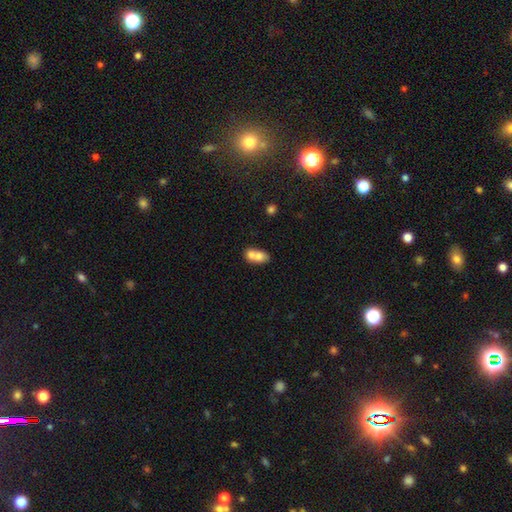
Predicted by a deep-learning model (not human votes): smooth_or_featured: smooth (p=0.69) [alt: featured or disk p=0.23]
how_rounded: in between (p=0.66) [alt: round p=0.31]
merging: merger (p=0.69) [alt: none p=0.22]